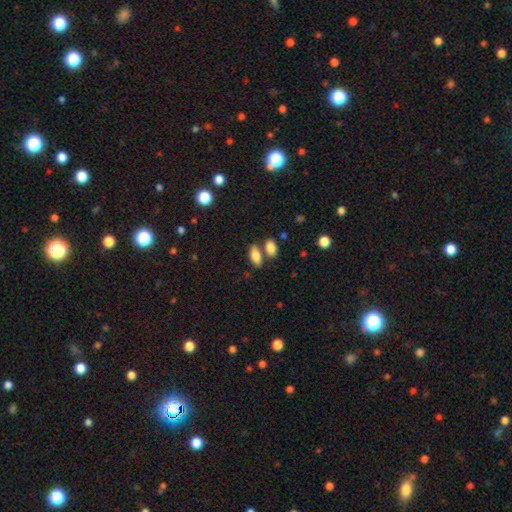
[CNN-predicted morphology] This appears to be a smooth galaxy with no disk features (84%) that is in between round and cigar-shaped (89%). Merging: none (61%).